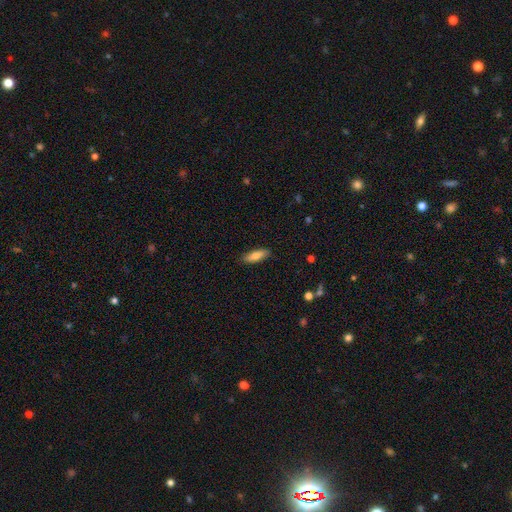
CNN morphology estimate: The model was most divided on "how rounded": in between: 53%, cigar-shaped: 45%, round: 2%. More confident: merging — none (85%); smooth or featured — smooth (76%).